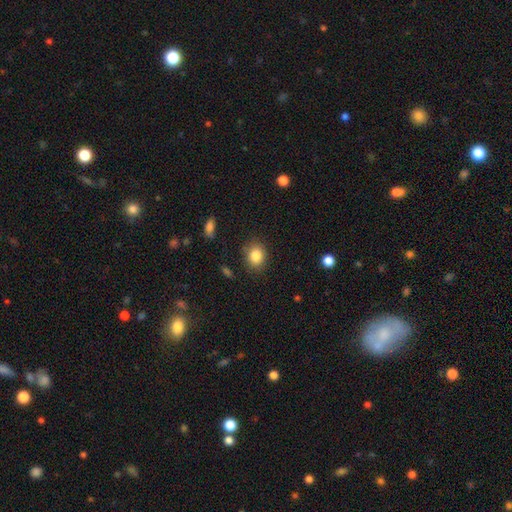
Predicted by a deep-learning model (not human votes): This appears to be a smooth galaxy with no disk features (84%) that is round (51%). Merging: none (84%).